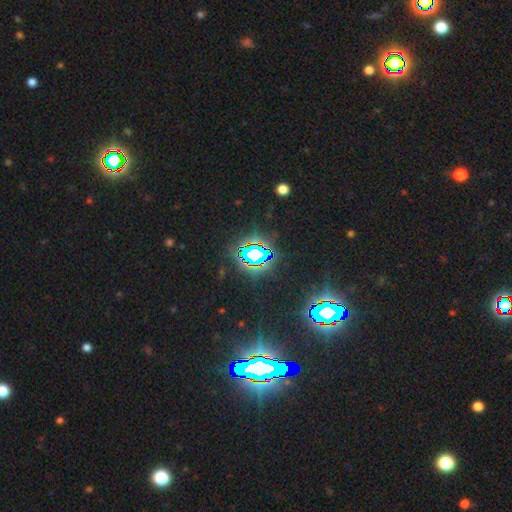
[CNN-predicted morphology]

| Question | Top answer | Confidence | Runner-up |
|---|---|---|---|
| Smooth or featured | star or artifact | 74% | smooth (15%) |